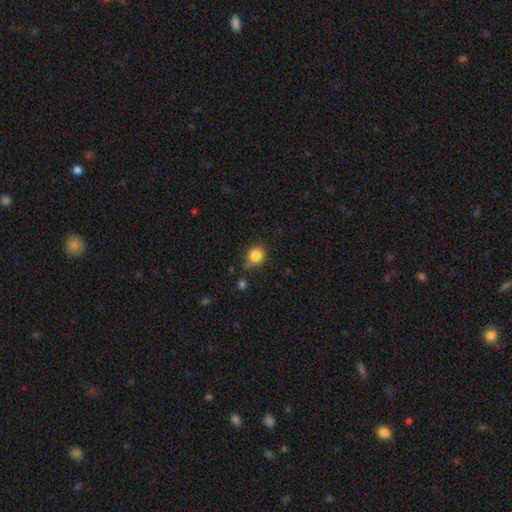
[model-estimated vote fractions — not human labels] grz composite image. It shows a smooth galaxy with no disk features (84%) that is round (79%). Merging: none (66%).